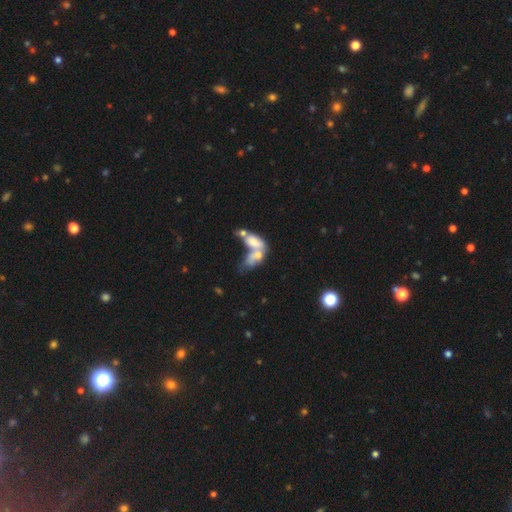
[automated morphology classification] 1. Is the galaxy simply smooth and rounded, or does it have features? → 55% smooth, 35% featured or disk, 10% star or artifact.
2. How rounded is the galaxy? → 83% in between, 9% round, 8% cigar-shaped.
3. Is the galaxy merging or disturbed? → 72% merger, 11% major disturbance, 10% none, 6% minor disturbance.